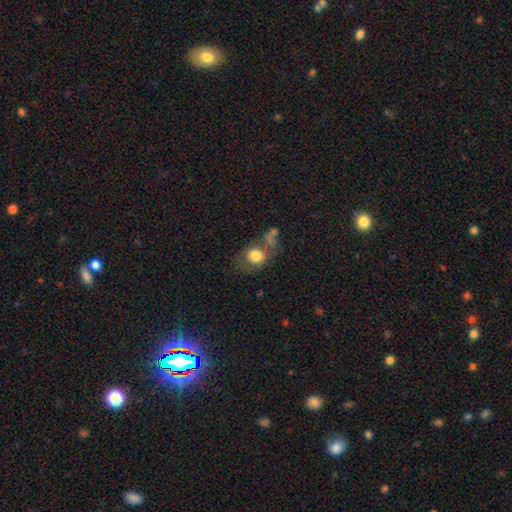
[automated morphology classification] Smooth or featured?
  - smooth: 72% *
  - featured or disk: 19%
  - star or artifact: 9%
How rounded?
  - round: 59% *
  - in between: 39%
  - cigar-shaped: 1%
Merging?
  - none: 41% *
  - minor disturbance: 21%
  - major disturbance: 21%
  - merger: 17%